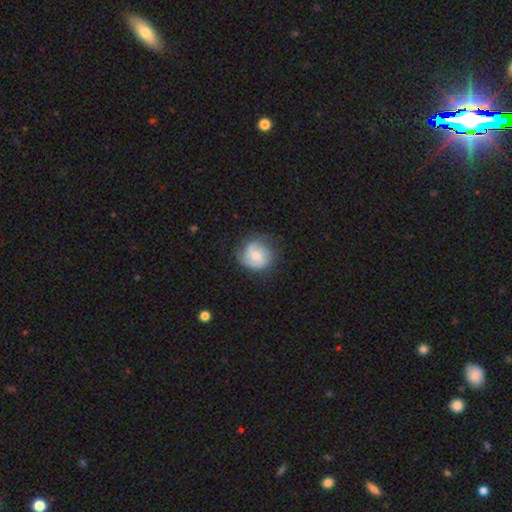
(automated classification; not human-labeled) Overall: featured or disk (55%; smooth 38%). Edge-on disk: no (98%). Bar: no (52%; weak 40%). Spiral arms: yes (86%). Bulge size: moderate (54%; small 38%). Merging: none (69%).